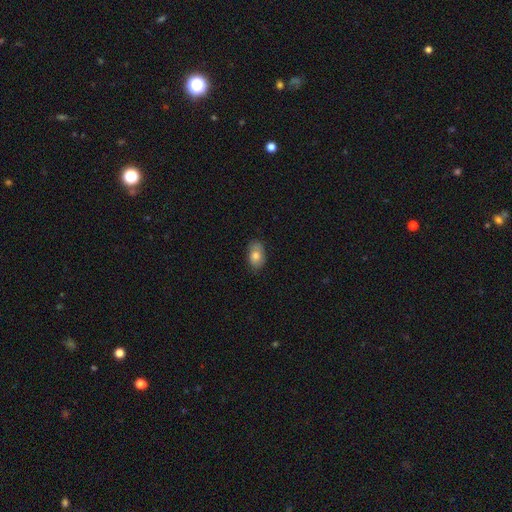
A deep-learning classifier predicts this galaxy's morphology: smooth-or-featured: smooth: 79% | featured or disk: 13% | star or artifact: 8%
  how-rounded: in between: 88% | round: 11% | cigar-shaped: 1%
  merging: none: 80% | minor disturbance: 16% | major disturbance: 3% | merger: 1%